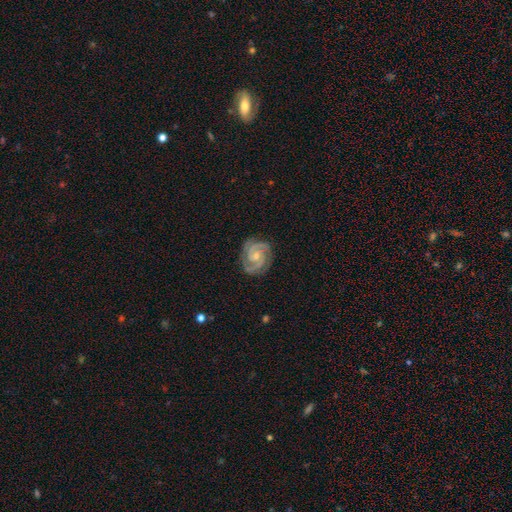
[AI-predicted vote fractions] A featured or disk galaxy (92%) with no bar (59%), 2 (67%) tight (60%) spiral arms (99%) and a small central bulge (63%). Merging: none (82%).